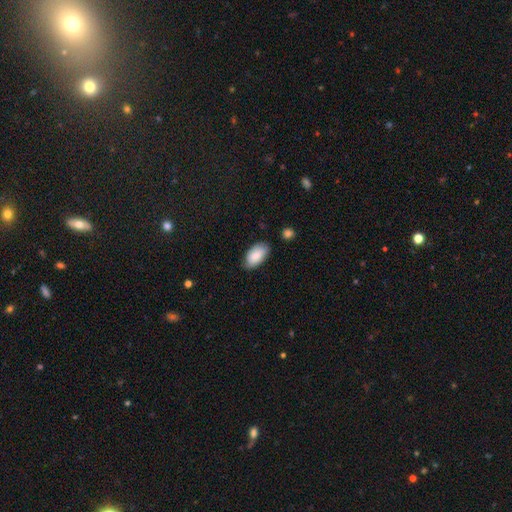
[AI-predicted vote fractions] smooth_or_featured: smooth (p=0.84) [alt: featured or disk p=0.10]
how_rounded: in between (p=0.95) [alt: round p=0.03]
merging: none (p=0.76) [alt: minor disturbance p=0.19]